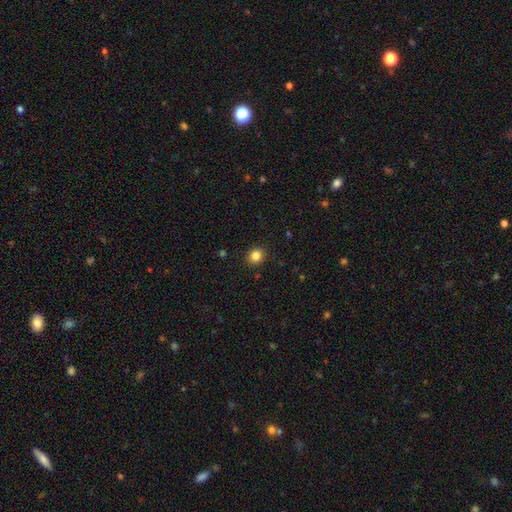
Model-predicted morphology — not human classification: type=smooth (84%); roundness=round (78%); merging=none (90%).